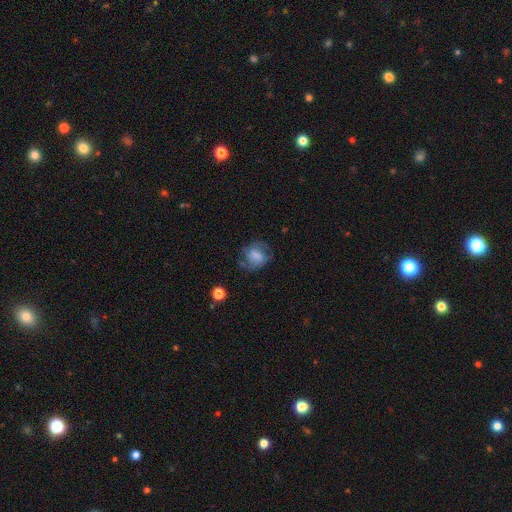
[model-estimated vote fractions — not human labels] A smooth galaxy with no disk features (49%).

Vote fractions:
- Smooth or featured? smooth: 49% / featured or disk: 41% / star or artifact: 10%
- Merging? none: 53% / minor disturbance: 25% / major disturbance: 20% / merger: 2%